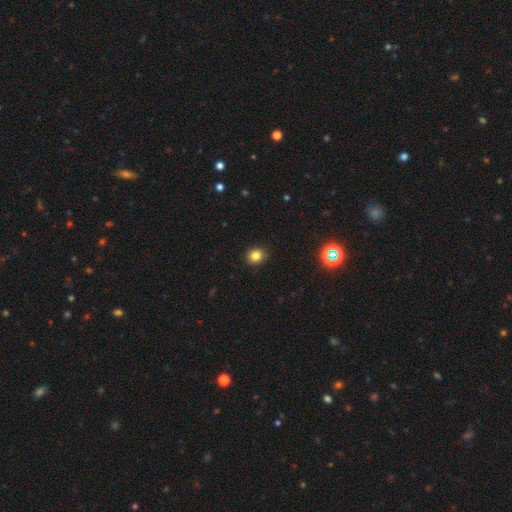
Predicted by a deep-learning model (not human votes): Q: Smooth or featured?
A: smooth (81%); runner-up: star or artifact (14%)
Q: How rounded?
A: round (75%); runner-up: in between (24%)
Q: Merging?
A: none (89%); runner-up: minor disturbance (8%)